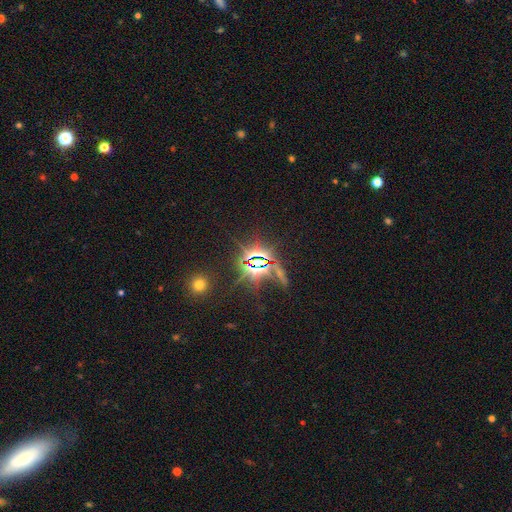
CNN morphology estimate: This appears to be a star or artifact, not a galaxy (81%).